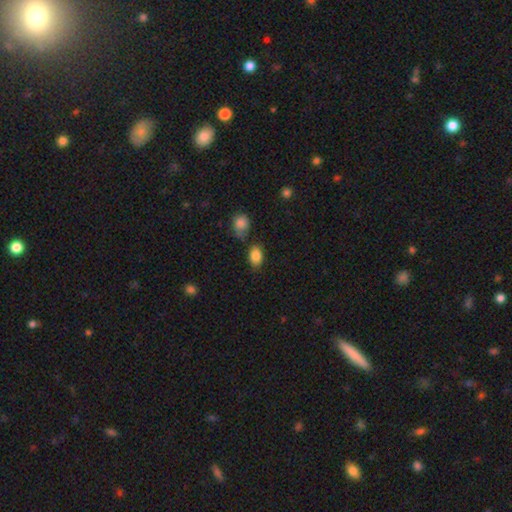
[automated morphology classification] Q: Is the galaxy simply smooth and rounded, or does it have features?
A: smooth — 85%.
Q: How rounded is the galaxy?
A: in between — 83%.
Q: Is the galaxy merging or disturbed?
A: none — 73%.